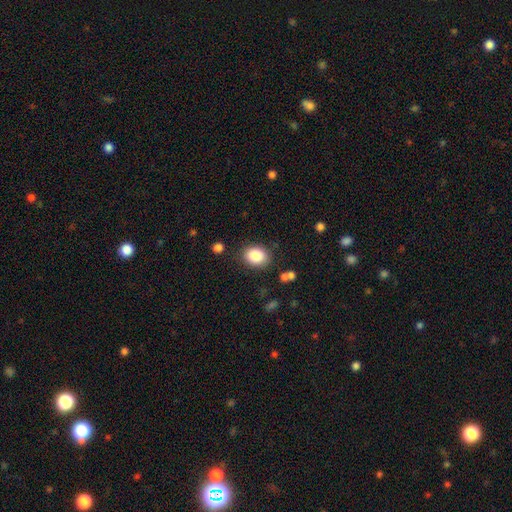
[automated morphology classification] Overall: smooth (87%). How rounded: in between (58%; round 41%). Merging: none (83%).